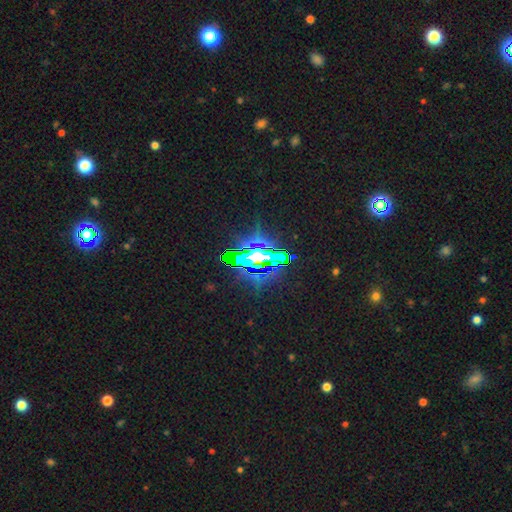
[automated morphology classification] Q: Smooth or featured?
A: star or artifact (70%); runner-up: featured or disk (16%)